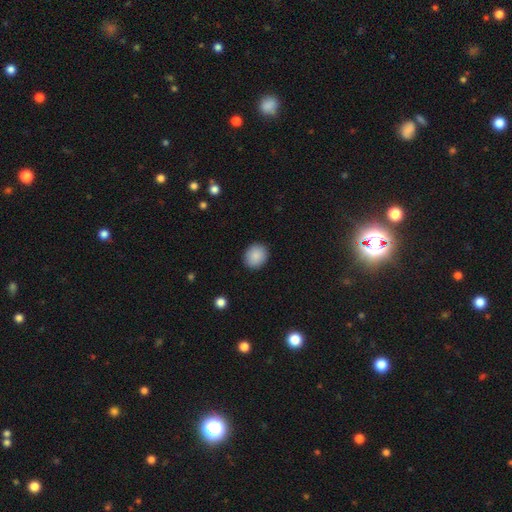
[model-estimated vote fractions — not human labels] Smooth or featured: smooth — 89% (star or artifact — 8%)
How rounded: round — 72% (in between — 27%)
Merging: none — 90% (minor disturbance — 7%)